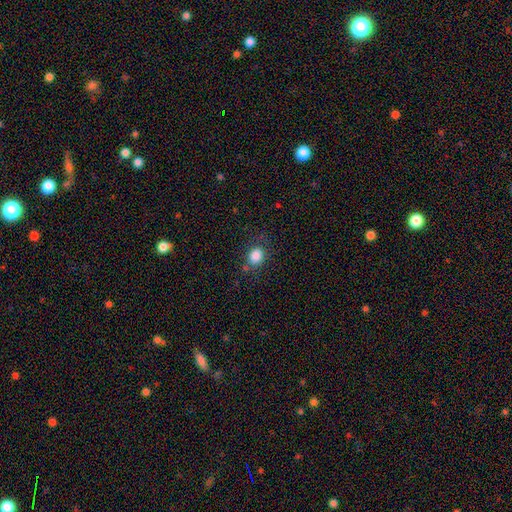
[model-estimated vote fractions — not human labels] Q: Smooth or featured?
A: smooth (84%); runner-up: star or artifact (10%)
Q: How rounded?
A: round (57%); runner-up: in between (42%)
Q: Merging?
A: none (72%); runner-up: minor disturbance (17%)